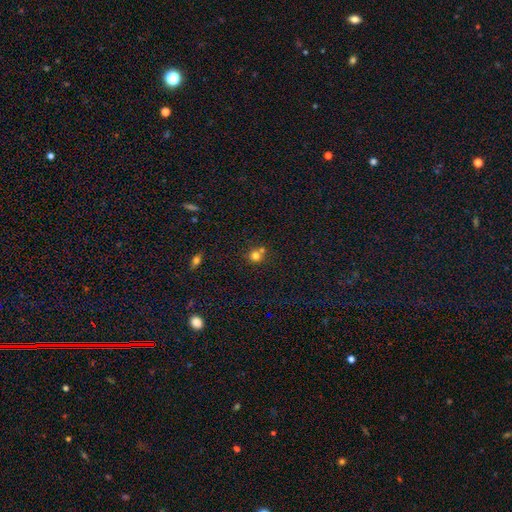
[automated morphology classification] Q: Smooth or featured?
A: smooth (75%); runner-up: star or artifact (15%)
Q: How rounded?
A: round (88%); runner-up: in between (11%)
Q: Merging?
A: none (52%); runner-up: merger (38%)